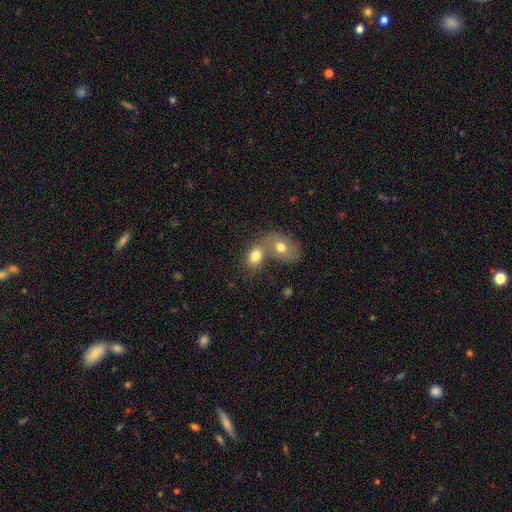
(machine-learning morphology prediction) smooth 75%, featured or disk 16%, star or artifact 8%. Down the decision tree: how rounded — in between (74%); merging — merger (61%).